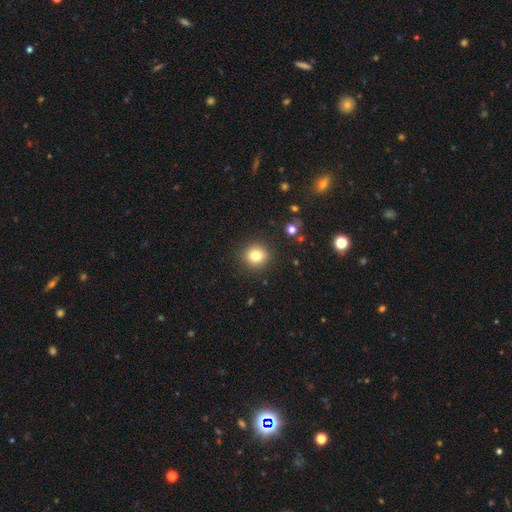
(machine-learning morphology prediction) smooth-or-featured: smooth: 80% | star or artifact: 12% | featured or disk: 8%
  how-rounded: round: 89% | in between: 10% | cigar-shaped: 1%
  merging: none: 90% | minor disturbance: 7% | major disturbance: 2% | merger: 1%